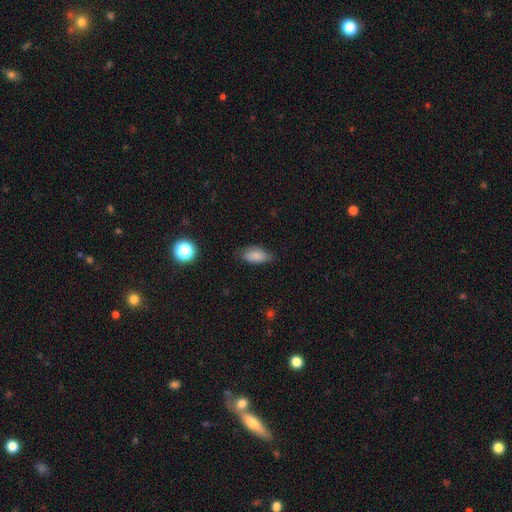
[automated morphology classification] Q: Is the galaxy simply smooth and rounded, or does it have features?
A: smooth — 82%.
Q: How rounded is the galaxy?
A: in between — 90%.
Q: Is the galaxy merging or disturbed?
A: none — 71%.